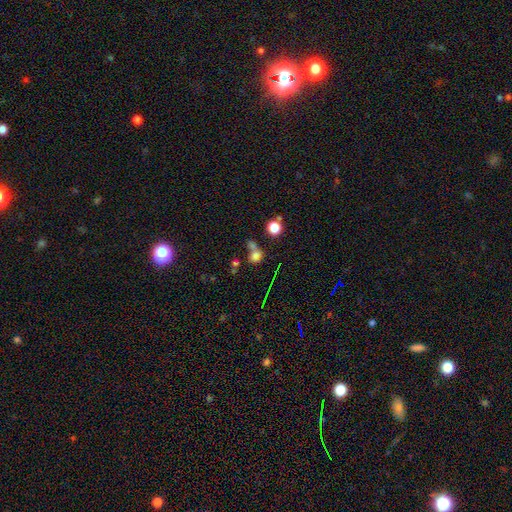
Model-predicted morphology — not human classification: type=smooth (68%); roundness=round (66%); merging=none (44%).